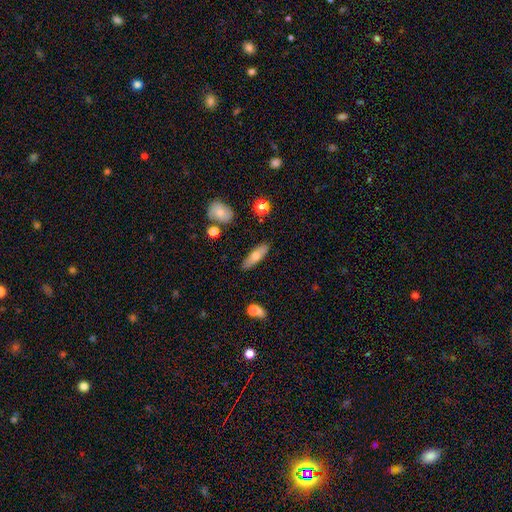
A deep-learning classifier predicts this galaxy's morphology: Smooth or featured? Predicted: smooth (p=0.64). How rounded? Predicted: cigar-shaped (p=0.52). Merging? Predicted: none (p=0.84).